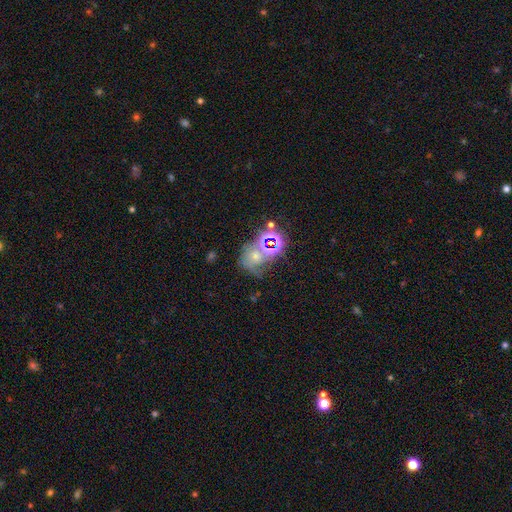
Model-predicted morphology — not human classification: This appears to be a star or artifact, not a galaxy (39%).